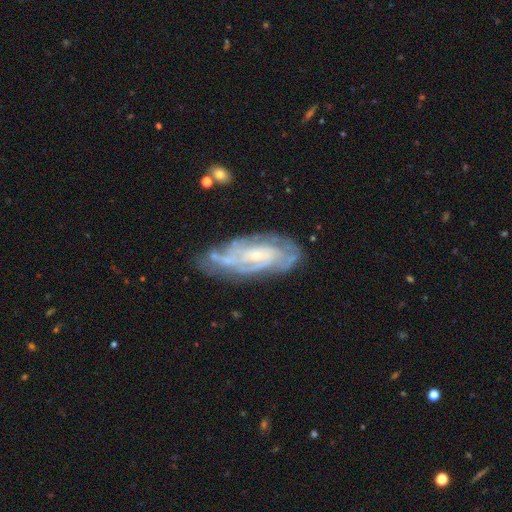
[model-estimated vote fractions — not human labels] Smooth or featured: featured or disk — 83% (smooth — 11%)
Edge-on disk: no — 92% (yes — 8%)
Bar: no — 61% (weak — 31%)
Spiral arms: yes — 94% (no — 6%)
Spiral winding: tight — 66% (medium — 28%)
Spiral arm count: can't tell — 37% (2 — 21%)
Bulge size: small — 70% (moderate — 22%)
Merging: none — 68% (minor disturbance — 22%)